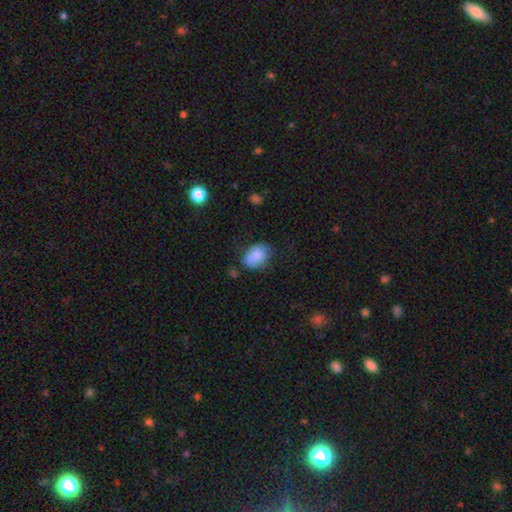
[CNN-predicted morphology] smooth-or-featured: smooth: 84% | featured or disk: 9% | star or artifact: 8%
  how-rounded: in between: 78% | round: 21% | cigar-shaped: 1%
  merging: none: 57% | minor disturbance: 30% | major disturbance: 10% | merger: 4%